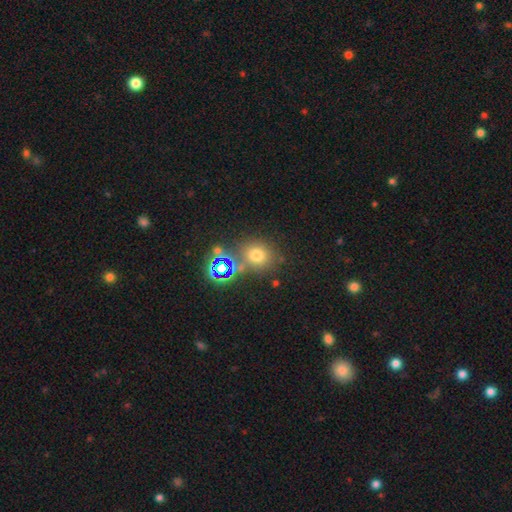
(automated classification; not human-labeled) A smooth galaxy with no disk features (66%) that is round (80%).

Vote fractions:
- Smooth or featured? smooth: 66% / star or artifact: 26% / featured or disk: 9%
- How rounded? round: 80% / in between: 19% / cigar-shaped: 1%
- Merging? none: 69% / merger: 15% / minor disturbance: 11% / major disturbance: 5%